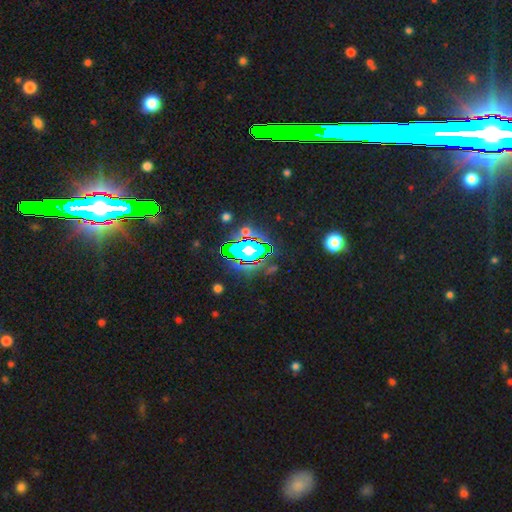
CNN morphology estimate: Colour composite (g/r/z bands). It shows a star or artifact, not a galaxy (80%).